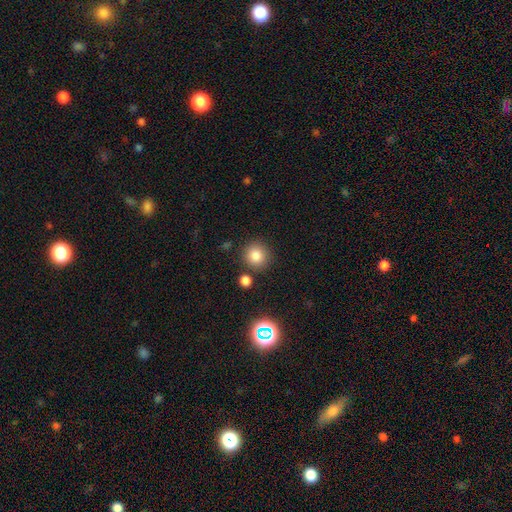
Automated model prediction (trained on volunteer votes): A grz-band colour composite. It shows a smooth galaxy with no disk features (82%) that is round (92%). Merging: none (83%).